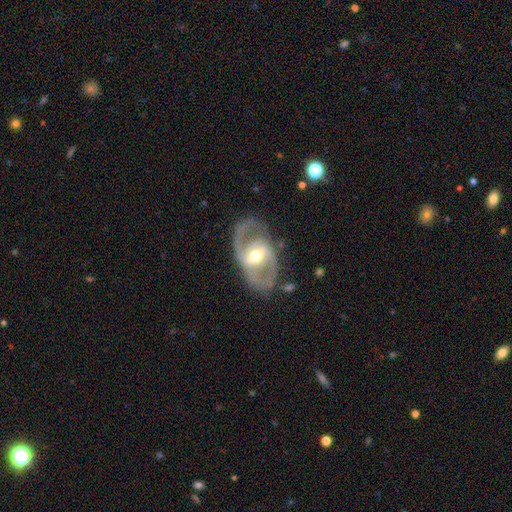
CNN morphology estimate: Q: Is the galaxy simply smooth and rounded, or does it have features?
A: featured or disk — 86%.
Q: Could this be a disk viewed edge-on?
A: no — 95%.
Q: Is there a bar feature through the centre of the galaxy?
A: weak — 42%.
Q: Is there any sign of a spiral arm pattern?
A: yes — 87%.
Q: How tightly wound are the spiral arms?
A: medium — 54%.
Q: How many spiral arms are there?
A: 2 — 87%.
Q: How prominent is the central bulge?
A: moderate — 64%.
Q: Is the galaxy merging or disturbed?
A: none — 77%.